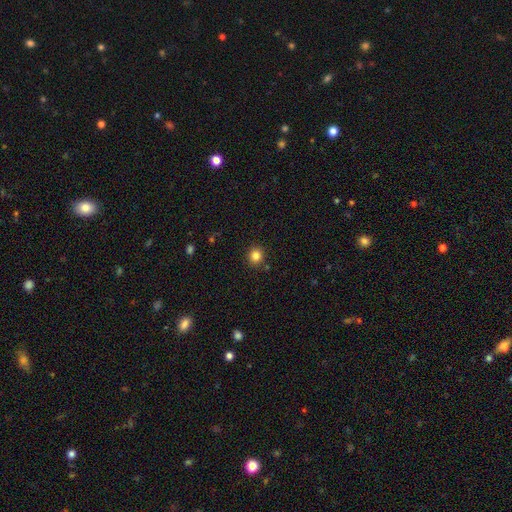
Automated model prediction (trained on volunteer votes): smooth-or-featured: smooth: 83% | star or artifact: 12% | featured or disk: 5%
  how-rounded: round: 89% | in between: 10% | cigar-shaped: 1%
  merging: none: 90% | minor disturbance: 6% | major disturbance: 2% | merger: 2%